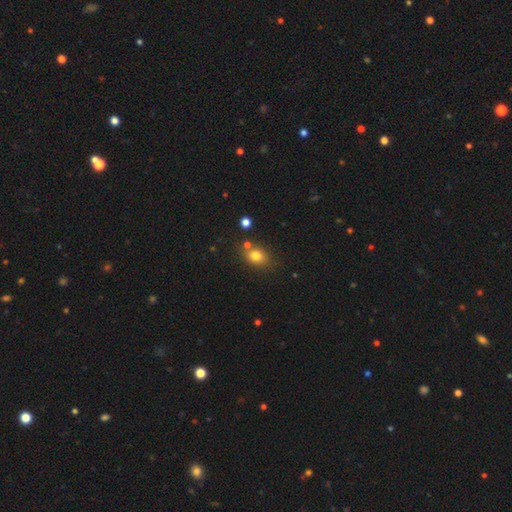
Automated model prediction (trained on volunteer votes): A smooth galaxy with no disk features (79%) that is in between round and cigar-shaped (57%). Merging: none (70%).